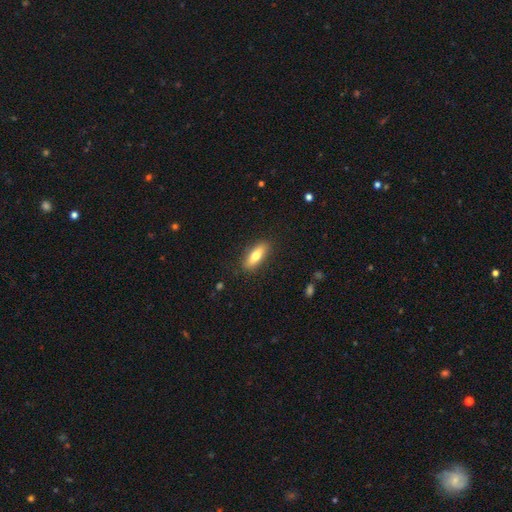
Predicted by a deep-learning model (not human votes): Morphology: type=smooth (73%); roundness=in between (62%); merging=none (87%).